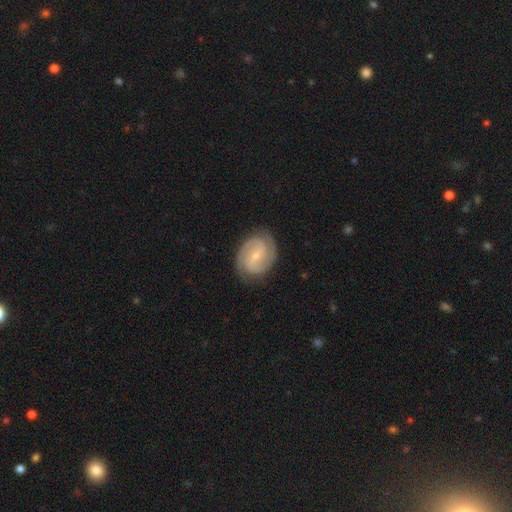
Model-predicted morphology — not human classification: This appears to be a featured or disk galaxy (88%) with a weak bar (46%), 2 (80%) tight (62%) spiral arms (97%) and a small central bulge (72%). Merging: none (85%).